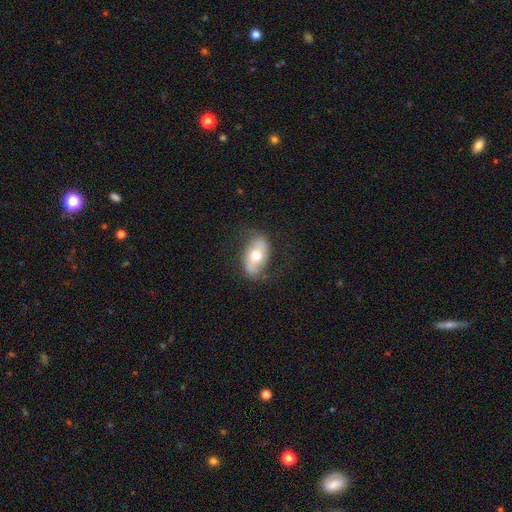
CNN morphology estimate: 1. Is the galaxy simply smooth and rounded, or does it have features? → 49% smooth, 45% featured or disk, 6% star or artifact.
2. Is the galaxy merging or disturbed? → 73% none, 18% minor disturbance, 8% major disturbance, 1% merger.